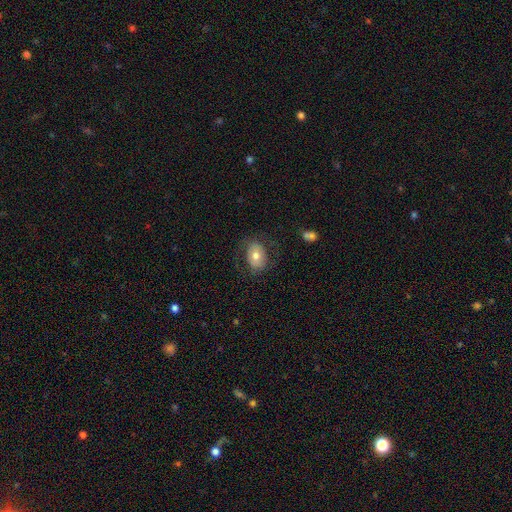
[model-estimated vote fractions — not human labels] Overall: smooth (69%). How rounded: in between (74%). Merging: none (73%).